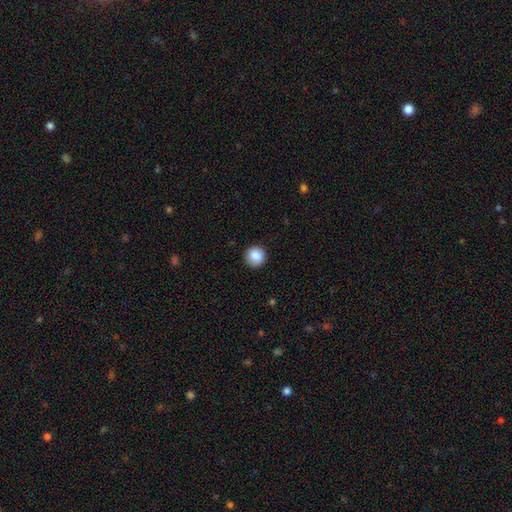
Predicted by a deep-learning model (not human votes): A smooth galaxy with no disk features (87%) that is round (93%).

Vote fractions:
- Smooth or featured? smooth: 87% / star or artifact: 9% / featured or disk: 5%
- How rounded? round: 93% / in between: 6% / cigar-shaped: 1%
- Merging? none: 89% / minor disturbance: 8% / major disturbance: 2% / merger: 1%